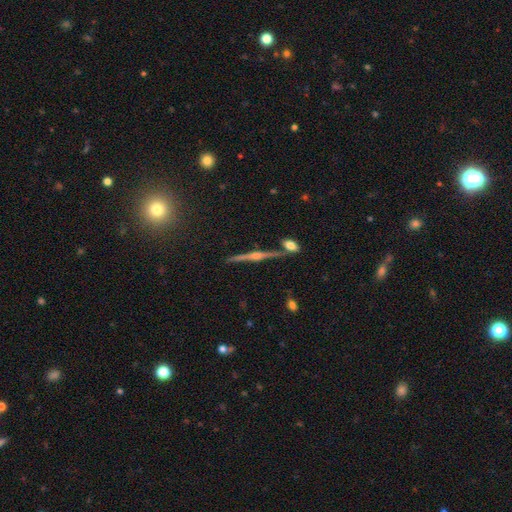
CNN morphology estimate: type=featured or disk (82%); edge-on=yes (98%); edge-on bulge=rounded (87%); merging=none (84%).